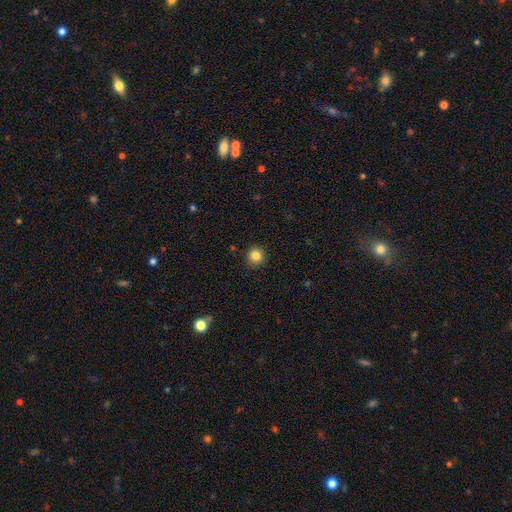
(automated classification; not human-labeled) Smooth or featured? Predicted: smooth (p=0.83). How rounded? Predicted: round (p=0.92). Merging? Predicted: none (p=0.91).